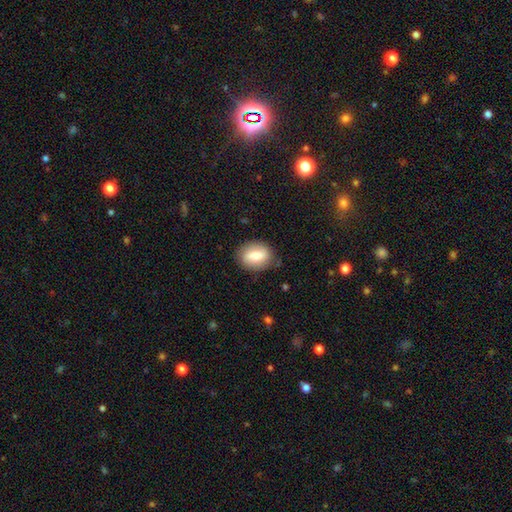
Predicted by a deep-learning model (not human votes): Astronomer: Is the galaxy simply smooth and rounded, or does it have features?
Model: smooth — 64%.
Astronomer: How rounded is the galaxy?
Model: in between — 63%.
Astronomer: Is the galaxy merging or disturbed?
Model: none — 83%.